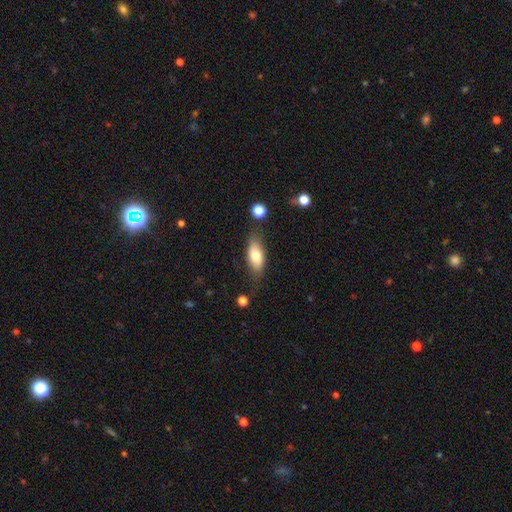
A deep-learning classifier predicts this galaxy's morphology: This is likely a smooth galaxy (73%). How rounded: clearly in between (82%). Merging: likely none (72%).